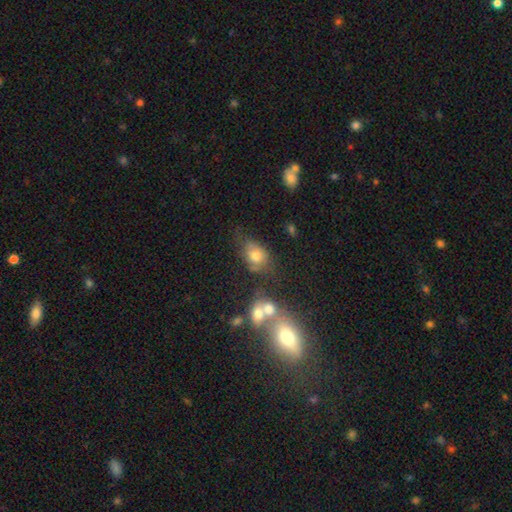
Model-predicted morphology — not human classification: This is likely a smooth galaxy (69%). How rounded: likely in between (66%). Merging: marginally none (44%).